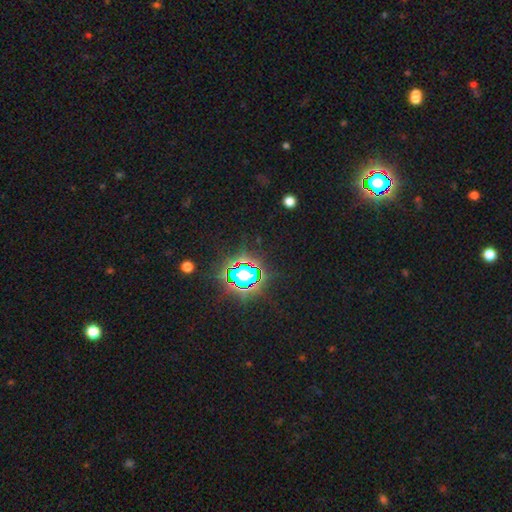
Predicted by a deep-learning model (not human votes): star or artifact 82%, smooth 11%, featured or disk 7%.